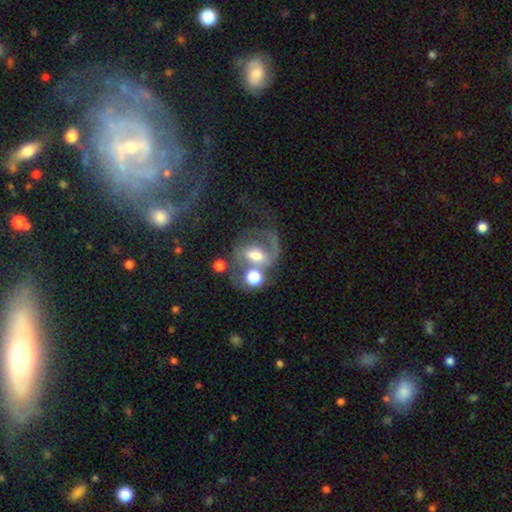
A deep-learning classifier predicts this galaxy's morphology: A featured or disk galaxy (63%) with a weak bar (41%), spiral arms (78%) and a moderate central bulge (48%).

Vote fractions:
- Smooth or featured? featured or disk: 63% / smooth: 26% / star or artifact: 11%
- Edge-on disk? no: 96% / yes: 4%
- Bar? weak: 41% / no: 33% / strong: 27%
- Spiral arms? yes: 78% / no: 22%
- Bulge size? moderate: 48% / large: 27% / small: 14% / none: 6% / dominant: 5%
- Merging? merger: 35% / none: 28% / major disturbance: 24% / minor disturbance: 13%